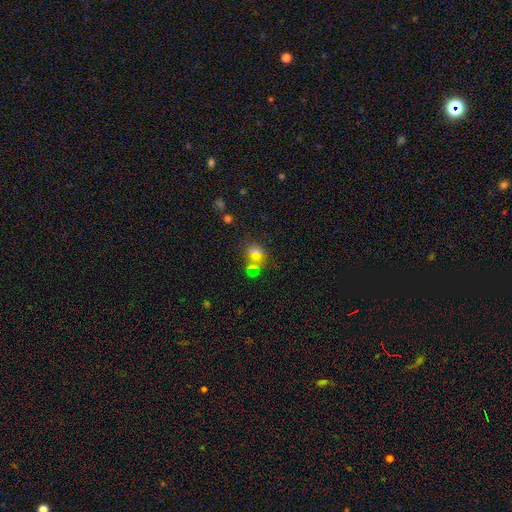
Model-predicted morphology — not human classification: A smooth galaxy with no disk features (49%).

Vote fractions:
- Smooth or featured? smooth: 49% / star or artifact: 34% / featured or disk: 17%
- Merging? none: 59% / merger: 22% / minor disturbance: 12% / major disturbance: 7%